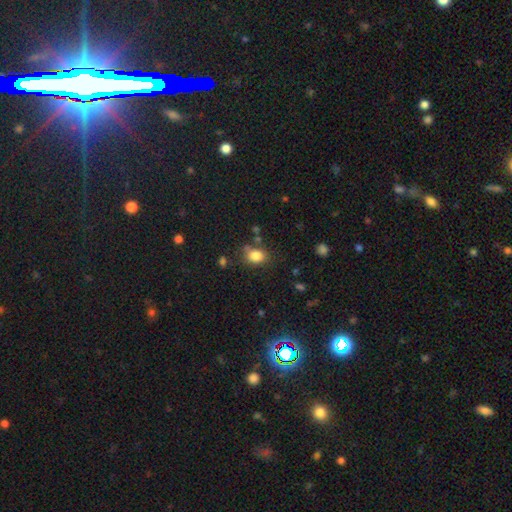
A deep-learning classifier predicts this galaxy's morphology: A smooth galaxy with no disk features (83%) that is in between round and cigar-shaped (56%).

Vote fractions:
- Smooth or featured? smooth: 83% / star or artifact: 11% / featured or disk: 6%
- How rounded? in between: 56% / round: 43% / cigar-shaped: 1%
- Merging? none: 70% / minor disturbance: 17% / merger: 7% / major disturbance: 5%